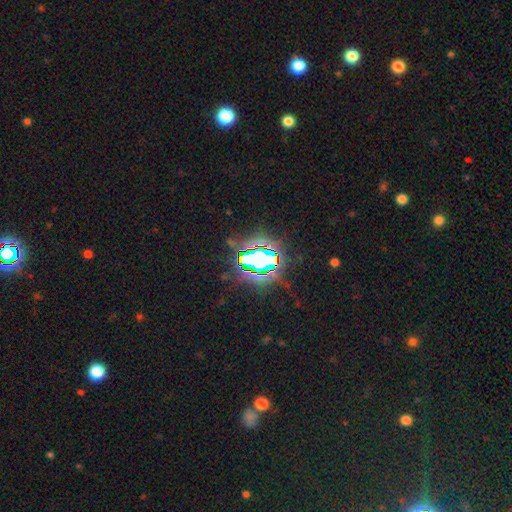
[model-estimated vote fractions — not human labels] Smooth or featured?
  - star or artifact: 81% *
  - smooth: 12%
  - featured or disk: 8%